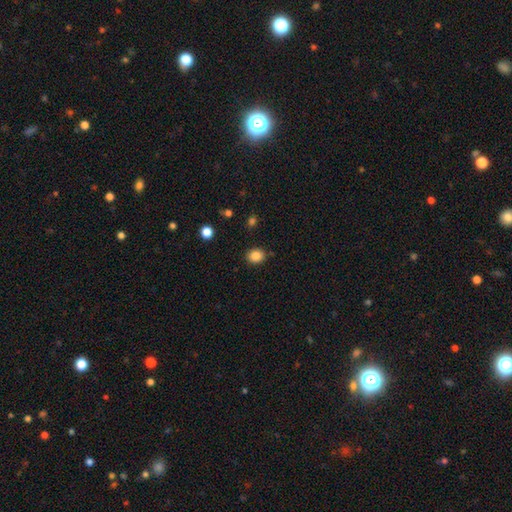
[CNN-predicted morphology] type=smooth (86%); roundness=round (60%); merging=none (85%).